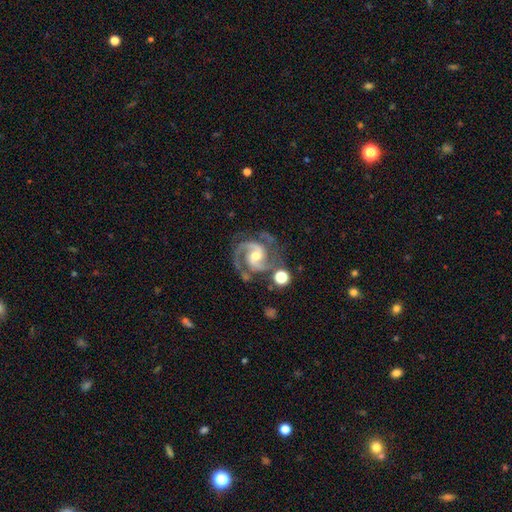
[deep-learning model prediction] Morphology: type=featured or disk (92%); edge-on=no (98%); bar=weak (43%); spiral arms=yes (99%); winding=medium (61%); arm count=2 (87%); bulge=moderate (61%); merging=none (67%).